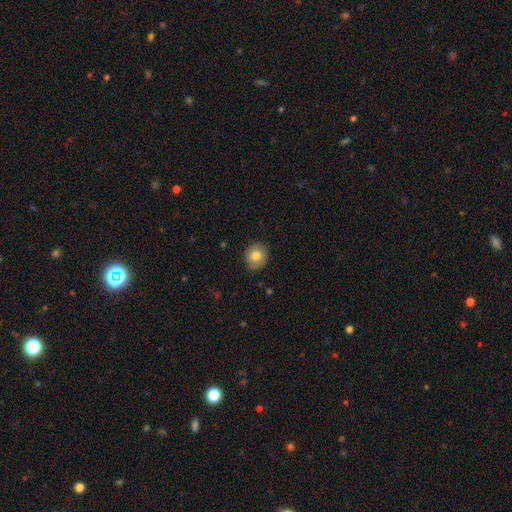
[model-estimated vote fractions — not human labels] smooth_or_featured: smooth (p=0.80) [alt: featured or disk p=0.12]
how_rounded: round (p=0.78) [alt: in between p=0.21]
merging: none (p=0.85) [alt: minor disturbance p=0.11]